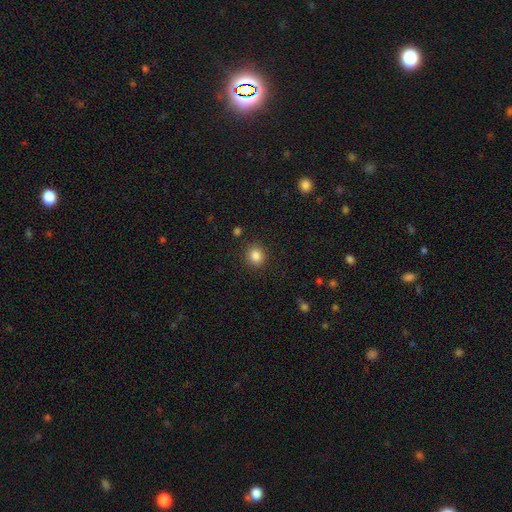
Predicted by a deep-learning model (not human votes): This is clearly a smooth galaxy (85%). How rounded: clearly round (84%). Merging: clearly none (90%).